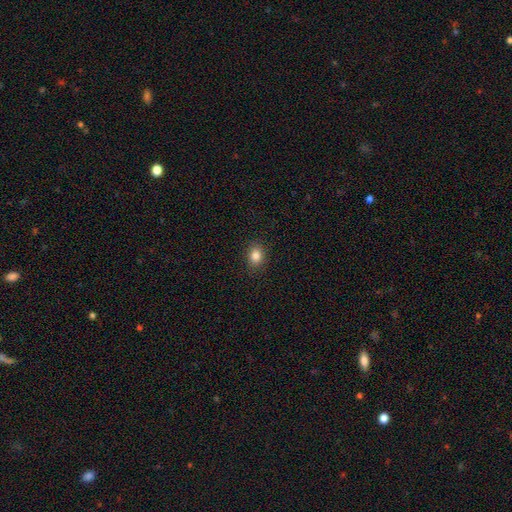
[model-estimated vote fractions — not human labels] Smooth or featured? smooth (84%)
How rounded? in between (51%)
Merging? none (88%)